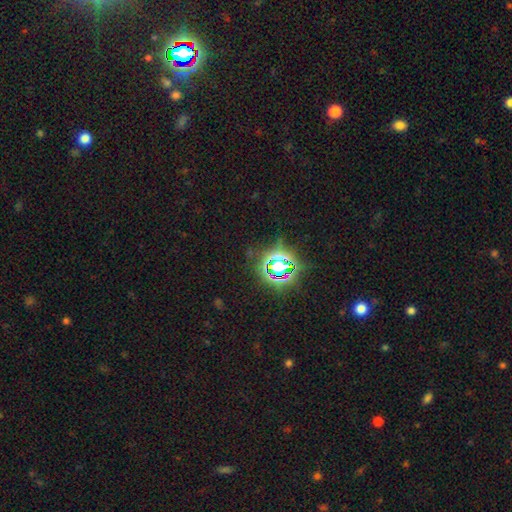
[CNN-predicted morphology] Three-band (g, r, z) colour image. It shows a star or artifact, not a galaxy (79%).